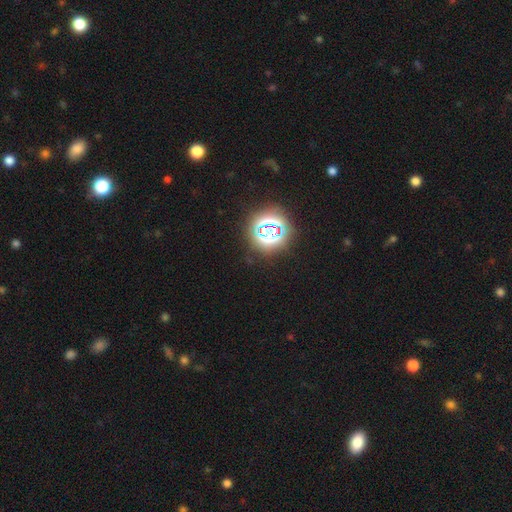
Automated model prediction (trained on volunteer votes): Q: Smooth or featured?
A: star or artifact (78%); runner-up: smooth (17%)